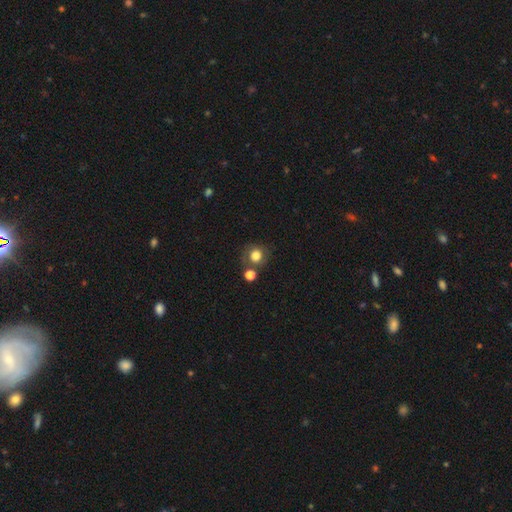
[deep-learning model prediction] Smooth or featured? smooth (75%)
How rounded? round (82%)
Merging? none (63%)